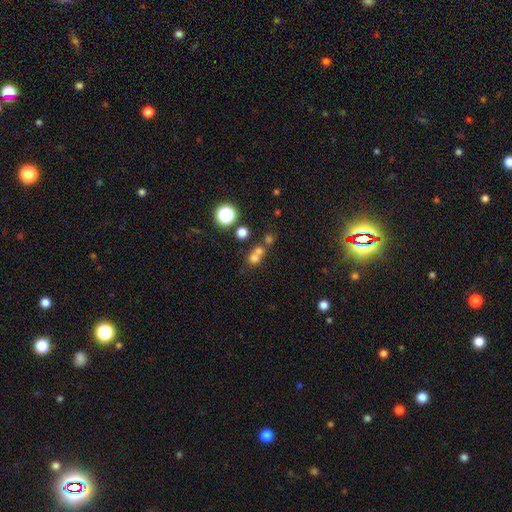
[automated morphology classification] Q: Smooth or featured?
A: smooth (65%); runner-up: star or artifact (22%)
Q: How rounded?
A: round (83%); runner-up: in between (16%)
Q: Merging?
A: merger (51%); runner-up: none (40%)